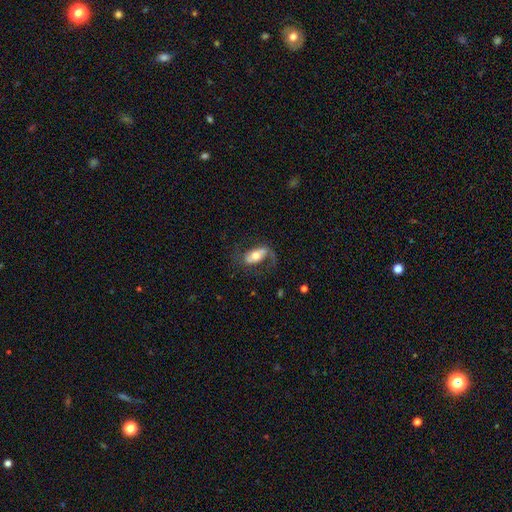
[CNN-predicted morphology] Smooth or featured? Predicted: featured or disk (p=0.66). Edge-on disk? Predicted: no (p=0.93). Bar? Predicted: no (p=0.48). Spiral arms? Predicted: yes (p=0.84). Spiral winding? Predicted: loose (p=0.51). Spiral arm count? Predicted: 2 (p=0.59). Bulge size? Predicted: moderate (p=0.68). Merging? Predicted: none (p=0.54).